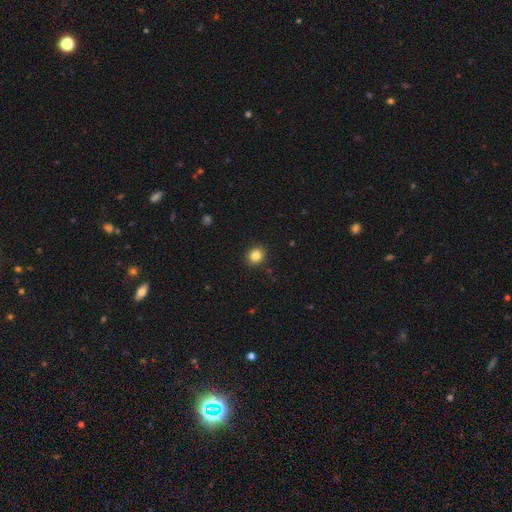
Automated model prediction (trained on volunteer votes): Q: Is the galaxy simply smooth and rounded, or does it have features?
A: smooth — 84%.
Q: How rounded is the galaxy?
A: round — 81%.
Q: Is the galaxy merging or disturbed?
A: none — 91%.